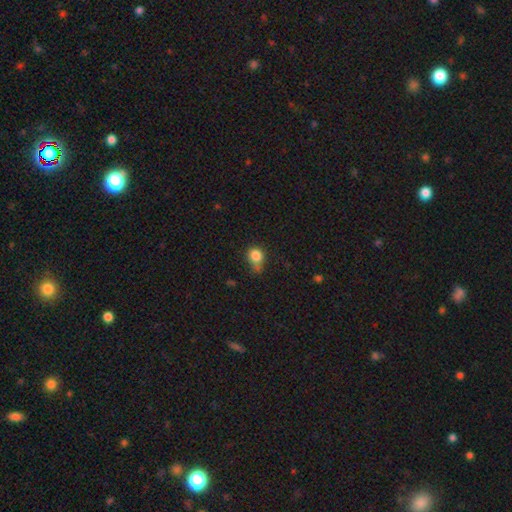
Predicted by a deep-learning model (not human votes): A smooth galaxy with no disk features (82%) that is round (68%). Merging: none (44%).